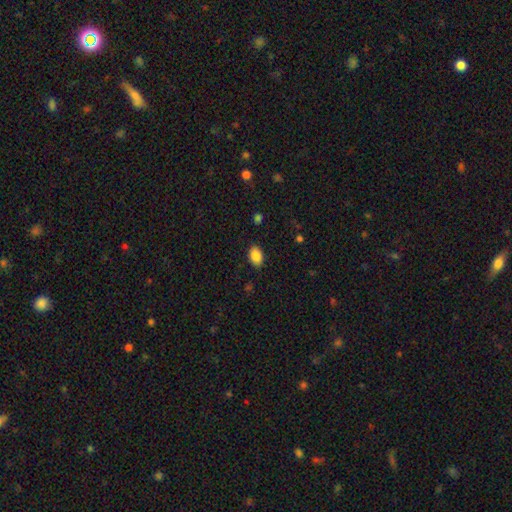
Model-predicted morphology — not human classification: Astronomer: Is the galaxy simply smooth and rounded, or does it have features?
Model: smooth — 87%.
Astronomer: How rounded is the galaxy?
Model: in between — 86%.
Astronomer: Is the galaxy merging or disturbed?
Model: none — 86%.